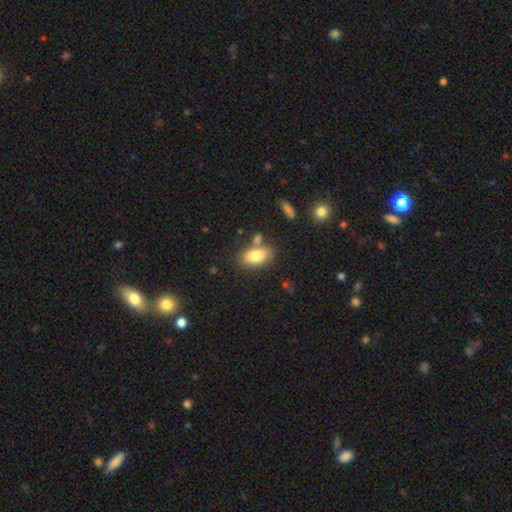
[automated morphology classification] smooth_or_featured: smooth (p=0.82) [alt: featured or disk p=0.10]
how_rounded: in between (p=0.91) [alt: round p=0.05]
merging: none (p=0.68) [alt: minor disturbance p=0.14]